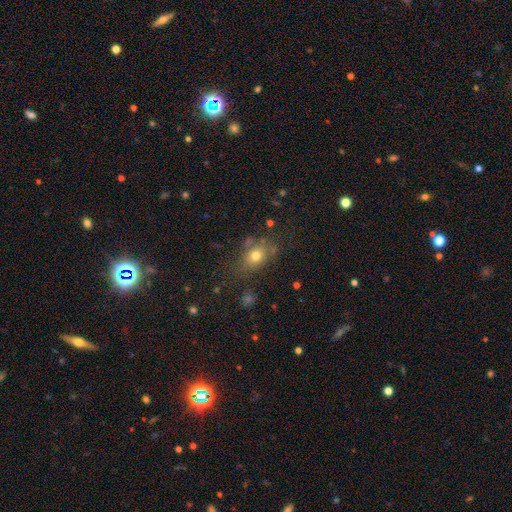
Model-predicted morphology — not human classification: A smooth galaxy with no disk features (73%) that is in between round and cigar-shaped (66%).

Vote fractions:
- Smooth or featured? smooth: 73% / featured or disk: 14% / star or artifact: 13%
- How rounded? in between: 66% / round: 31% / cigar-shaped: 3%
- Merging? none: 67% / minor disturbance: 20% / major disturbance: 8% / merger: 5%